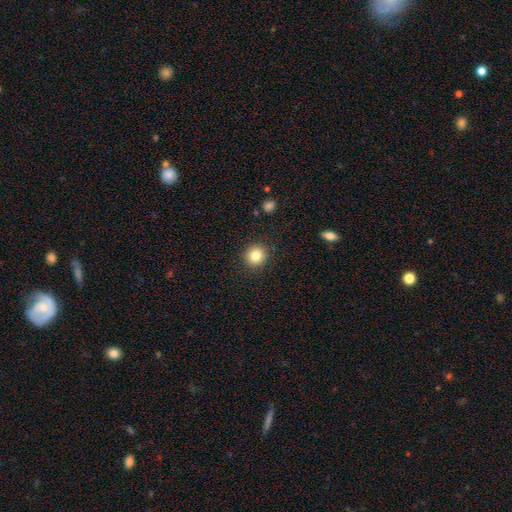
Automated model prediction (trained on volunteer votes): Smooth or featured: smooth — 83% (star or artifact — 10%)
How rounded: round — 90% (in between — 9%)
Merging: none — 91% (minor disturbance — 6%)